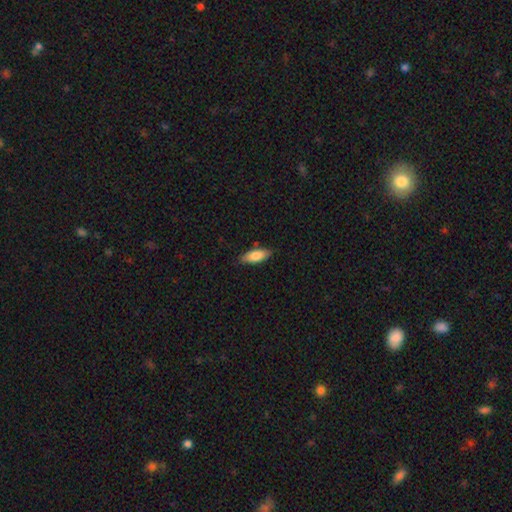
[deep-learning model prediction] smooth-or-featured: smooth: 80% | featured or disk: 14% | star or artifact: 6%
  how-rounded: in between: 71% | cigar-shaped: 27% | round: 2%
  merging: none: 82% | minor disturbance: 14% | major disturbance: 2% | merger: 2%